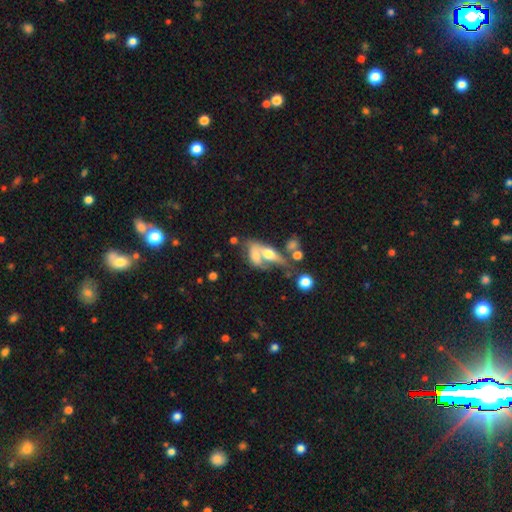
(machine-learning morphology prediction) type=smooth (52%); roundness=in between (74%); merging=merger (65%).